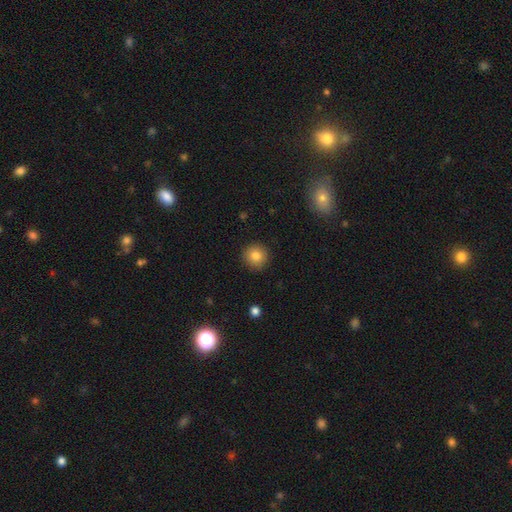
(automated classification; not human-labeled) A smooth galaxy with no disk features (82%) that is round (94%). Merging: none (91%).